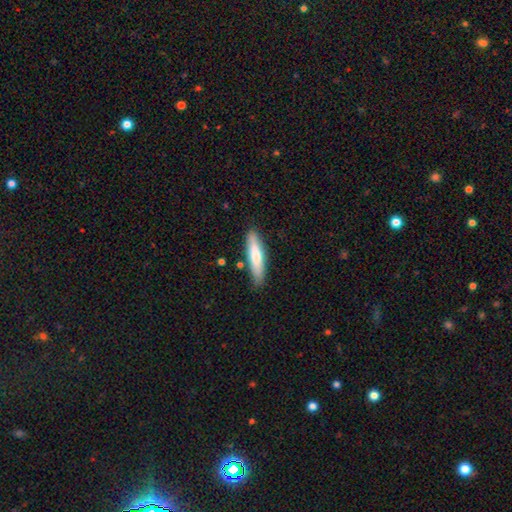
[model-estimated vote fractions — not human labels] smooth 71%, featured or disk 24%, star or artifact 6%. Down the decision tree: how rounded — cigar-shaped (79%); merging — none (83%).